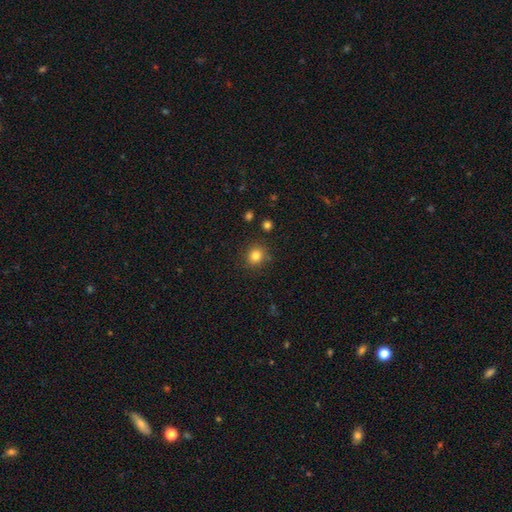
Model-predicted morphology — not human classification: This appears to be a smooth galaxy with no disk features (82%) that is round (85%). Merging: none (87%).